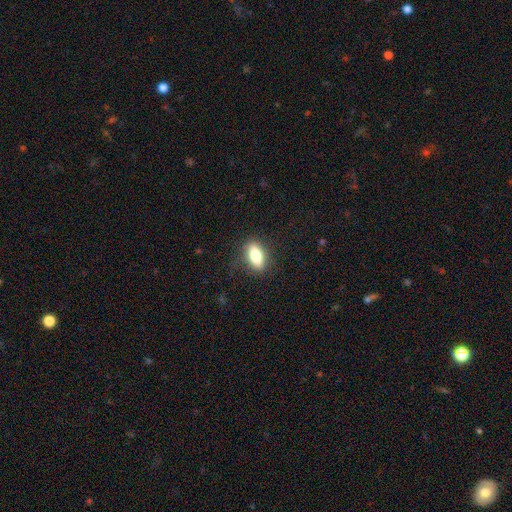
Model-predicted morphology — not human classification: smooth-or-featured: smooth: 74% | featured or disk: 19% | star or artifact: 8%
  how-rounded: in between: 78% | cigar-shaped: 17% | round: 5%
  merging: none: 82% | minor disturbance: 13% | major disturbance: 4% | merger: 1%